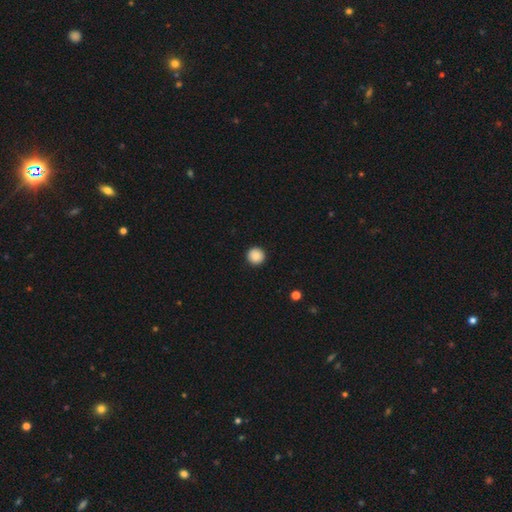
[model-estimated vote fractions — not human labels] The model was most divided on "smooth or featured": smooth: 88%, star or artifact: 9%, featured or disk: 4%. More confident: how rounded — round (96%); merging — none (93%).